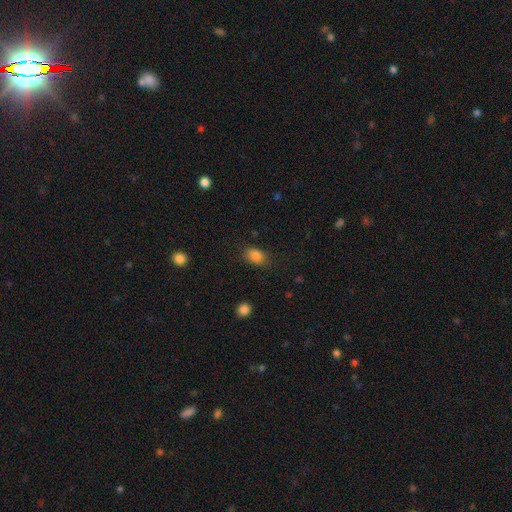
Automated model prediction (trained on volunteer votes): This is clearly a smooth galaxy (85%). How rounded: likely in between (78%). Merging: clearly none (81%).